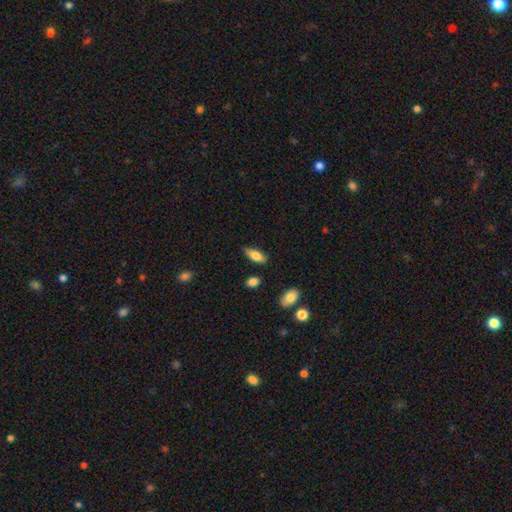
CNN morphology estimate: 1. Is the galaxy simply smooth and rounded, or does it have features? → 70% smooth, 23% featured or disk, 7% star or artifact.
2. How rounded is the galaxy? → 76% in between, 22% cigar-shaped, 3% round.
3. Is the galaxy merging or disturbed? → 78% none, 16% minor disturbance, 3% major disturbance, 3% merger.